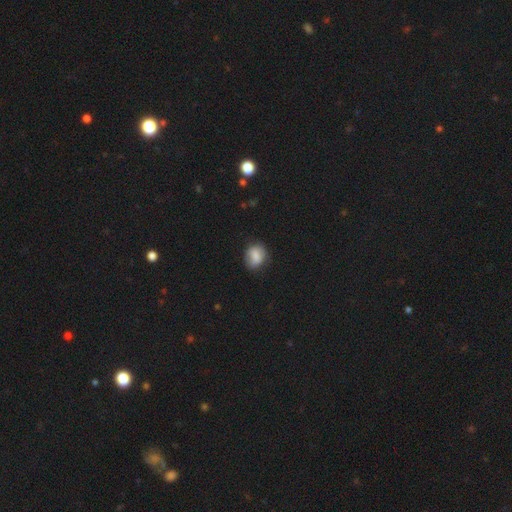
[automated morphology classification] Smooth or featured? Predicted: smooth (p=0.77). How rounded? Predicted: in between (p=0.50). Merging? Predicted: none (p=0.72).